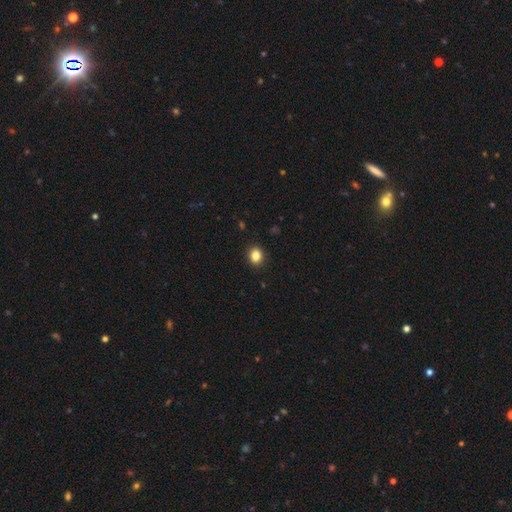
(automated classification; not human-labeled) Smooth or featured? Predicted: smooth (p=0.85). How rounded? Predicted: round (p=0.55). Merging? Predicted: none (p=0.91).